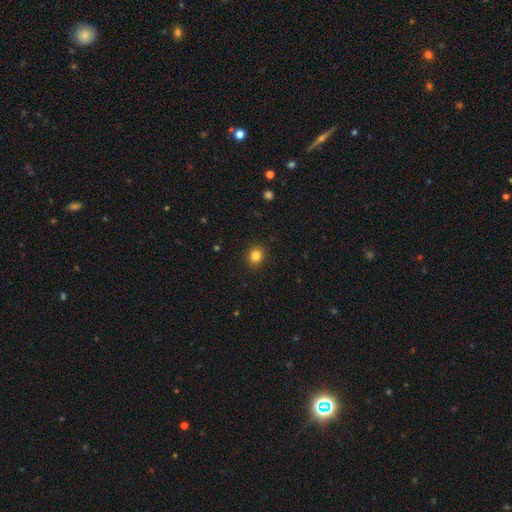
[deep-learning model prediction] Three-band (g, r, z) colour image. It shows a smooth galaxy with no disk features (83%) that is round (77%). Merging: none (90%).